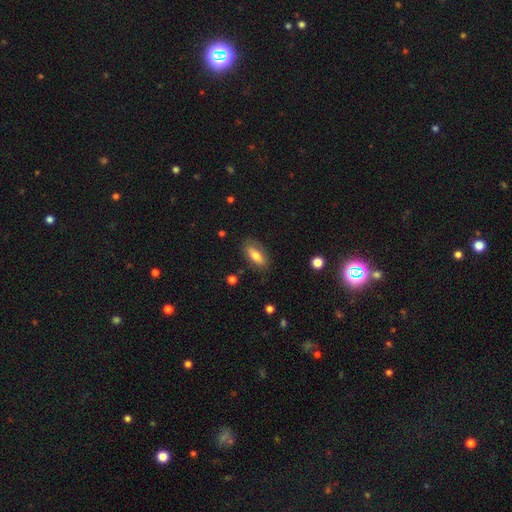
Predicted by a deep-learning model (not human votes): smooth-or-featured: smooth: 67% | featured or disk: 27% | star or artifact: 7%
  how-rounded: in between: 72% | cigar-shaped: 25% | round: 3%
  merging: none: 82% | minor disturbance: 13% | major disturbance: 3% | merger: 2%